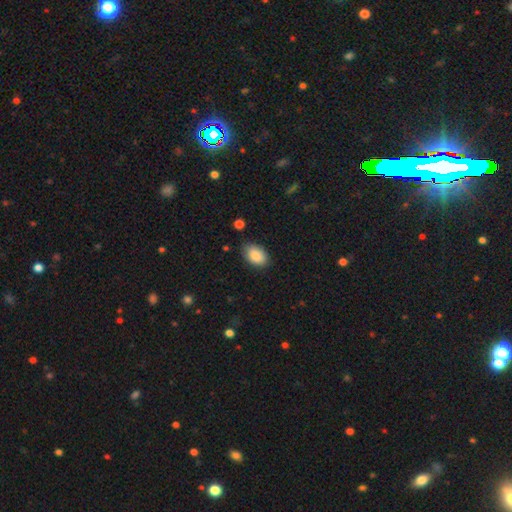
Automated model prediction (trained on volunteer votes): Smooth or featured? Predicted: smooth (p=0.87). How rounded? Predicted: in between (p=0.90). Merging? Predicted: none (p=0.82).